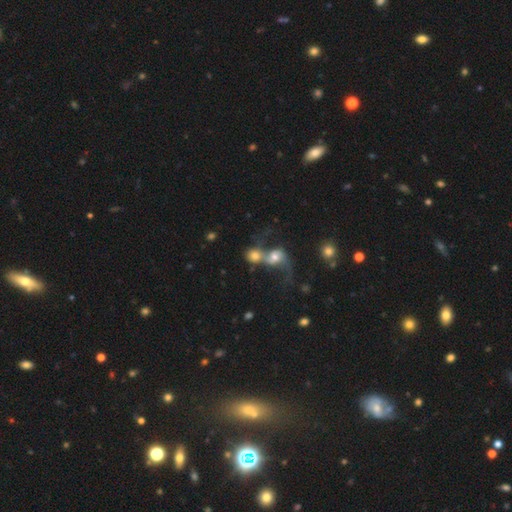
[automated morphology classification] A smooth galaxy with no disk features (52%) that is round (69%).

Vote fractions:
- Smooth or featured? smooth: 52% / featured or disk: 36% / star or artifact: 12%
- How rounded? round: 69% / in between: 29% / cigar-shaped: 2%
- Merging? merger: 77% / none: 11% / major disturbance: 8% / minor disturbance: 4%